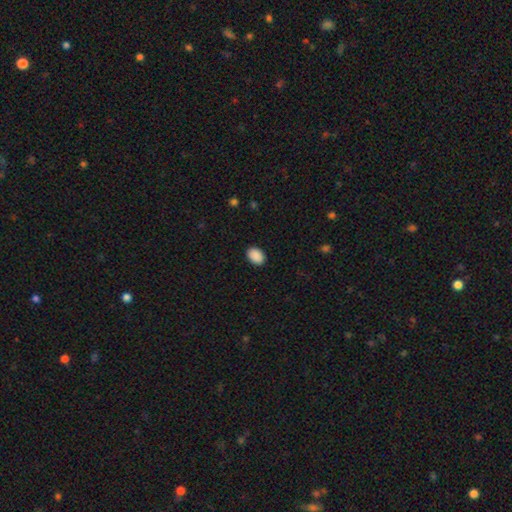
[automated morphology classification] This appears to be a smooth galaxy with no disk features (90%) that is in between round and cigar-shaped (78%). Merging: none (90%).